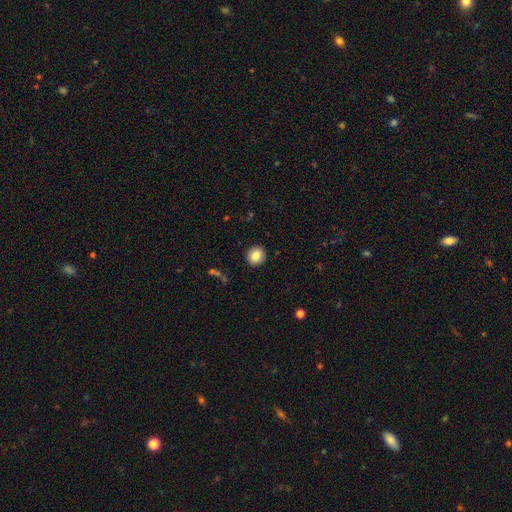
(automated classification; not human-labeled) Q: Smooth or featured?
A: smooth (83%); runner-up: star or artifact (9%)
Q: How rounded?
A: round (86%); runner-up: in between (13%)
Q: Merging?
A: none (92%); runner-up: minor disturbance (5%)